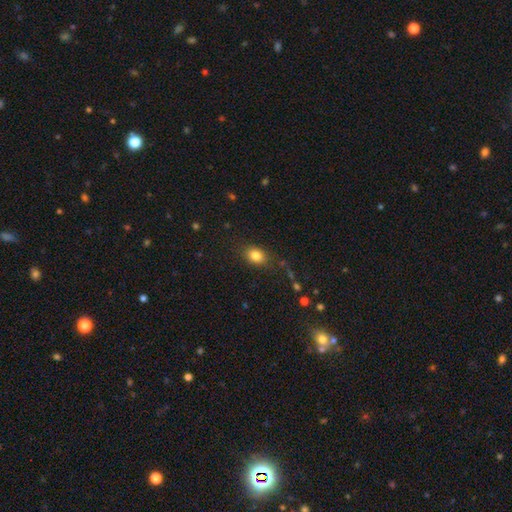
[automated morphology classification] Overall: smooth (82%). How rounded: in between (63%; round 36%). Merging: none (80%).